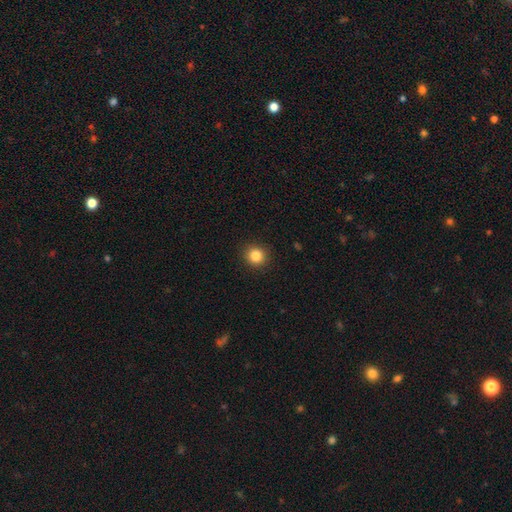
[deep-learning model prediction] A smooth galaxy with no disk features (84%) that is round (90%). Merging: none (91%).